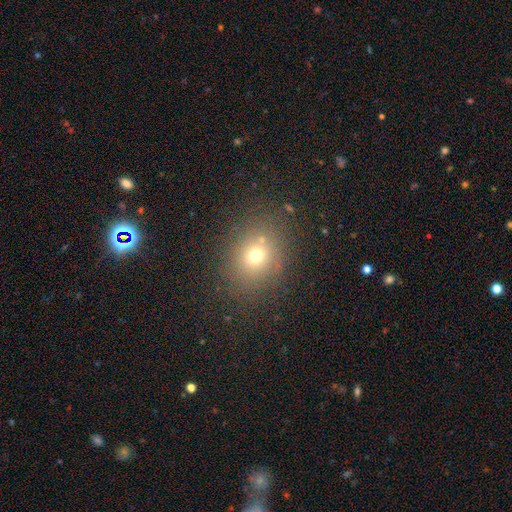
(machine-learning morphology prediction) Smooth or featured?
  - smooth: 68% *
  - star or artifact: 20%
  - featured or disk: 12%
How rounded?
  - round: 70% *
  - in between: 29%
  - cigar-shaped: 1%
Merging?
  - none: 80% *
  - minor disturbance: 11%
  - major disturbance: 5%
  - merger: 4%